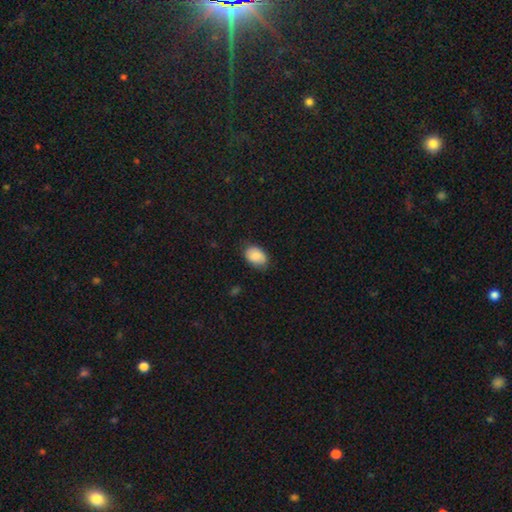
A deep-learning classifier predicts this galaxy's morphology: Smooth or featured? smooth (85%)
How rounded? in between (85%)
Merging? none (77%)